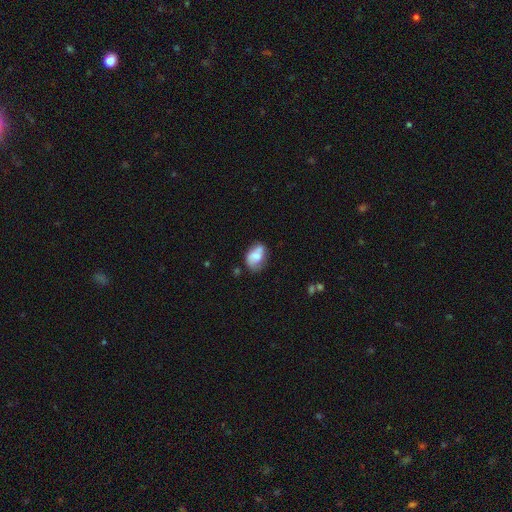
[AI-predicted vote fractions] Smooth or featured? Predicted: smooth (p=0.59). How rounded? Predicted: in between (p=0.78). Merging? Predicted: none (p=0.45).